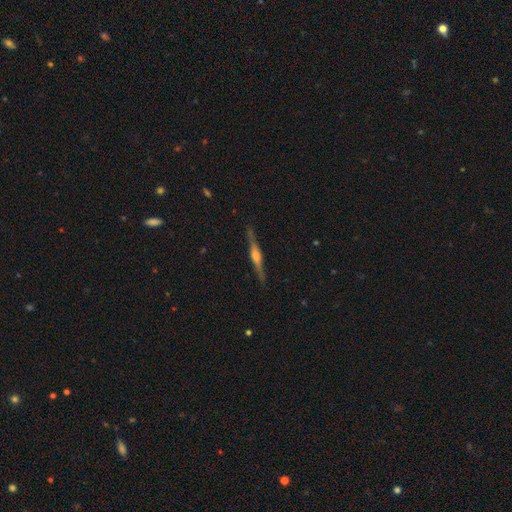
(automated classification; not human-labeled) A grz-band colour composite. It shows a featured or disk galaxy (78%) viewed edge-on (98%) with a rounded central bulge (72%). Merging: none (88%).